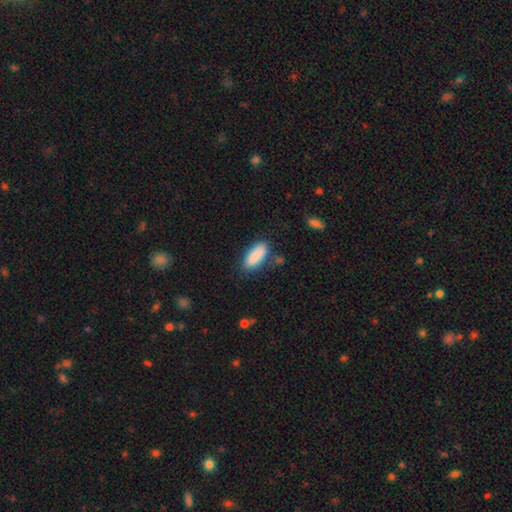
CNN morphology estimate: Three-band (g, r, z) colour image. It shows a smooth galaxy with no disk features (89%) that is in between round and cigar-shaped (76%). Merging: none (77%).